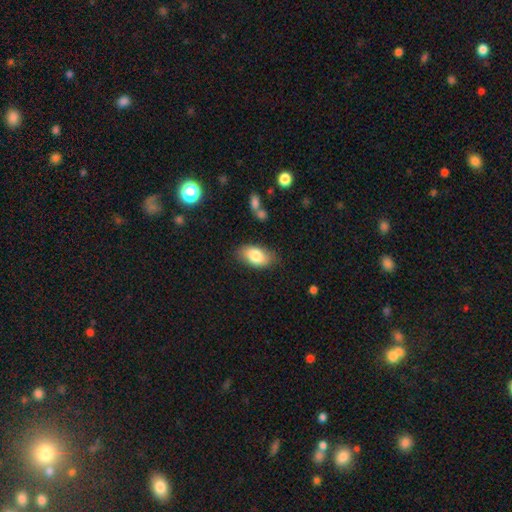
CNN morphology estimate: Smooth or featured?
  - smooth: 81% *
  - featured or disk: 12%
  - star or artifact: 7%
How rounded?
  - in between: 93% *
  - round: 5%
  - cigar-shaped: 2%
Merging?
  - none: 80% *
  - minor disturbance: 15%
  - major disturbance: 3%
  - merger: 2%